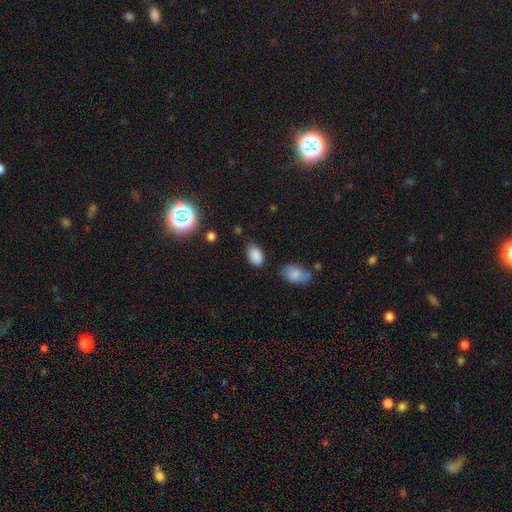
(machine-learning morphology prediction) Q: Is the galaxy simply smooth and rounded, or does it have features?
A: smooth — 85%.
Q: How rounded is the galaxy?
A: in between — 91%.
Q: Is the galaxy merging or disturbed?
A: none — 79%.